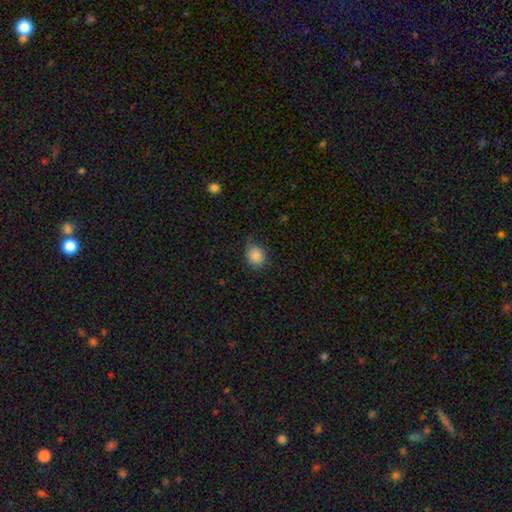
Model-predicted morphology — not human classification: Smooth or featured? Predicted: smooth (p=0.86). How rounded? Predicted: round (p=0.71). Merging? Predicted: none (p=0.70).